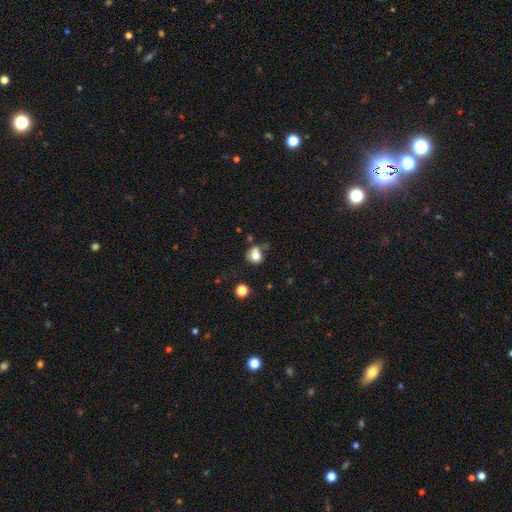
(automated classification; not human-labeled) This appears to be a smooth galaxy with no disk features (75%) that is round (74%). Merging: none (47%).